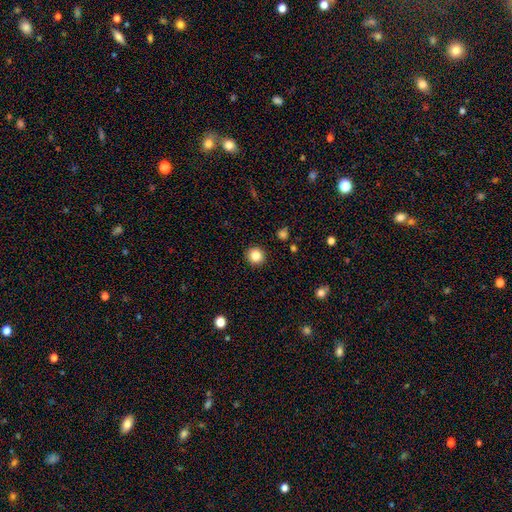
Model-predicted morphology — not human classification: Smooth or featured: smooth — 85% (star or artifact — 11%)
How rounded: round — 94% (in between — 5%)
Merging: none — 93% (minor disturbance — 5%)